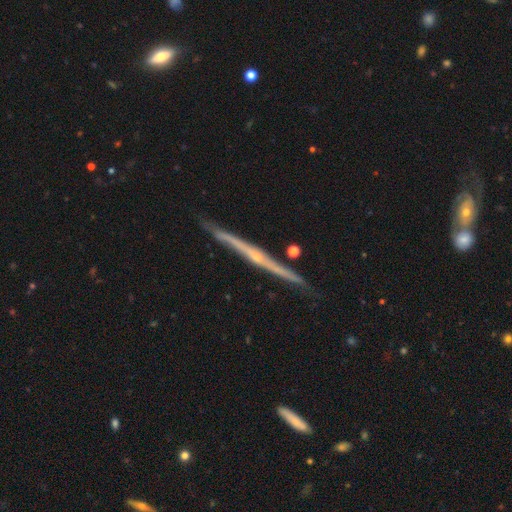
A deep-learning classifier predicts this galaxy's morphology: The model was most divided on "edge-on bulge": rounded: 70%, none: 25%, boxy: 5%. More confident: edge-on disk — yes (98%); merging — none (86%); smooth or featured — featured or disk (85%).